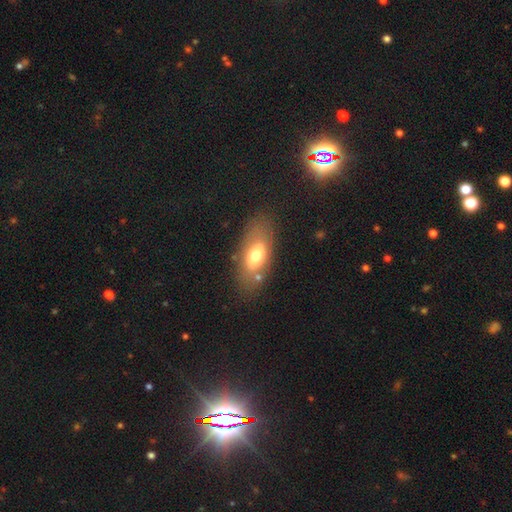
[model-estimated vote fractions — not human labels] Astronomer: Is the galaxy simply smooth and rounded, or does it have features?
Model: smooth — 66%.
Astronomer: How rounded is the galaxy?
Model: in between — 86%.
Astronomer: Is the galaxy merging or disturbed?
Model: none — 75%.